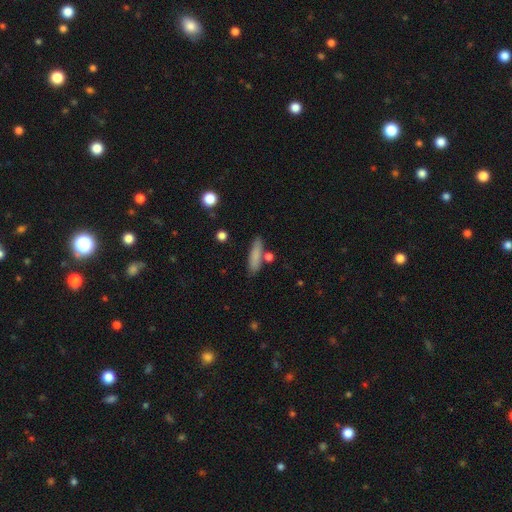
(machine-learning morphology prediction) smooth_or_featured: smooth (p=0.81) [alt: featured or disk p=0.12]
how_rounded: cigar-shaped (p=0.72) [alt: in between p=0.25]
merging: none (p=0.77) [alt: minor disturbance p=0.12]